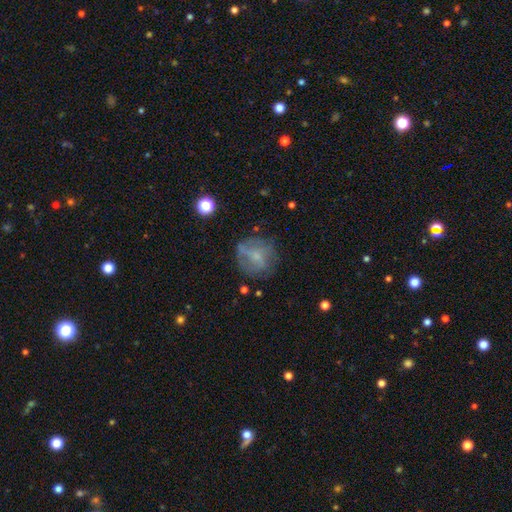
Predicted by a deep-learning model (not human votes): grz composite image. It shows a smooth galaxy with no disk features (45%). Merging: none (63%).